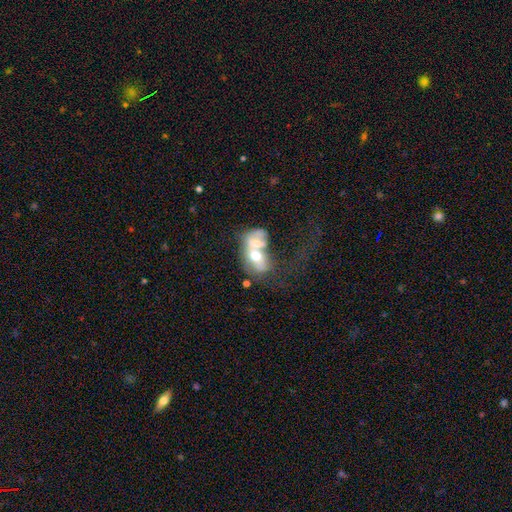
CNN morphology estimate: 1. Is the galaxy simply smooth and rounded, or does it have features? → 52% smooth, 40% featured or disk, 9% star or artifact.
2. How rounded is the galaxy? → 72% in between, 26% round, 3% cigar-shaped.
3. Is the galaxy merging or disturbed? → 76% merger, 10% none, 9% major disturbance, 5% minor disturbance.